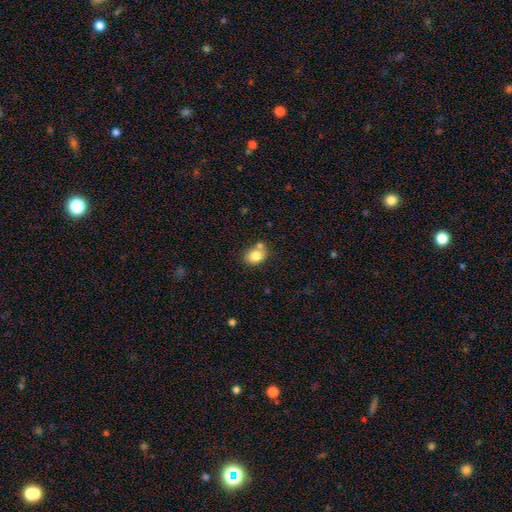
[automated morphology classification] smooth 81%, featured or disk 10%, star or artifact 9%. Down the decision tree: how rounded — in between (54%); merging — none (52%).